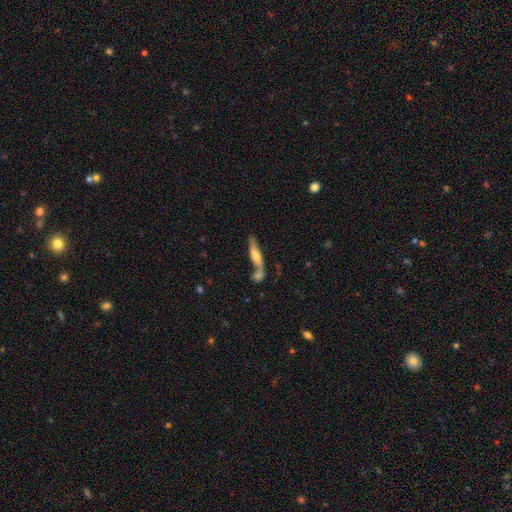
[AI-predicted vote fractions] Smooth or featured? featured or disk (50%)
Edge-on disk? yes (75%)
Merging? none (45%)